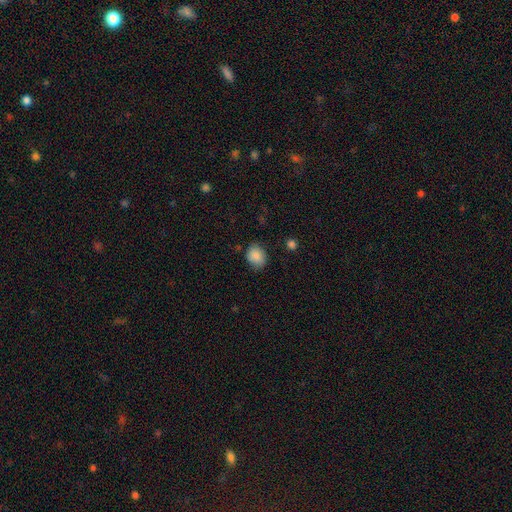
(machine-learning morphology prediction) The model was most divided on "how rounded": in between: 51%, round: 48%, cigar-shaped: 1%. More confident: smooth or featured — smooth (86%); merging — none (78%).